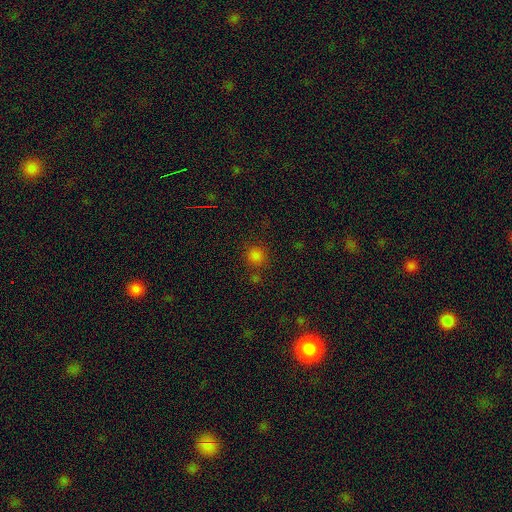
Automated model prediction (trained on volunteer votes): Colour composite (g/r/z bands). It shows a smooth galaxy with no disk features (77%) that is round (92%). Merging: none (77%).